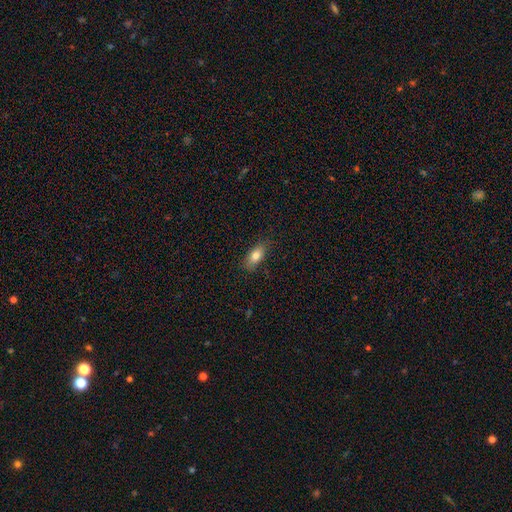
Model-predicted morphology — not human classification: This appears to be a smooth galaxy with no disk features (78%) that is in between round and cigar-shaped (82%). Merging: none (83%).